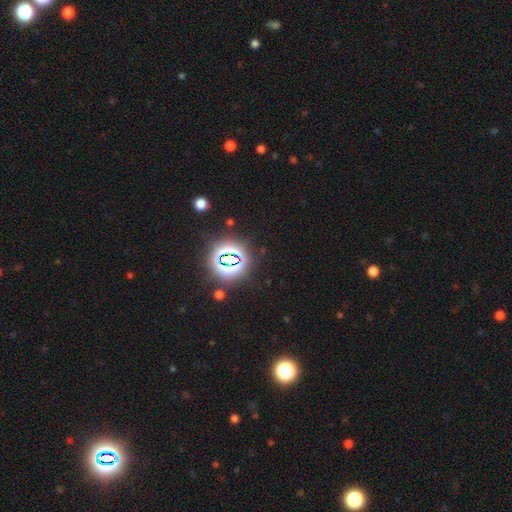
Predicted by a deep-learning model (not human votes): smooth_or_featured: star or artifact (p=0.84) [alt: smooth p=0.10]